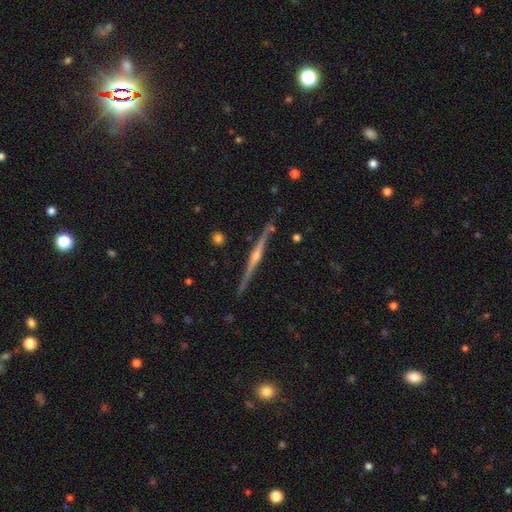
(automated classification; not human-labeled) Smooth or featured?
  - featured or disk: 85% *
  - smooth: 8%
  - star or artifact: 6%
Edge-on disk?
  - yes: 98% *
  - no: 2%
Edge-on bulge?
  - rounded: 86% *
  - none: 8%
  - boxy: 6%
Merging?
  - none: 90% *
  - minor disturbance: 7%
  - merger: 2%
  - major disturbance: 2%